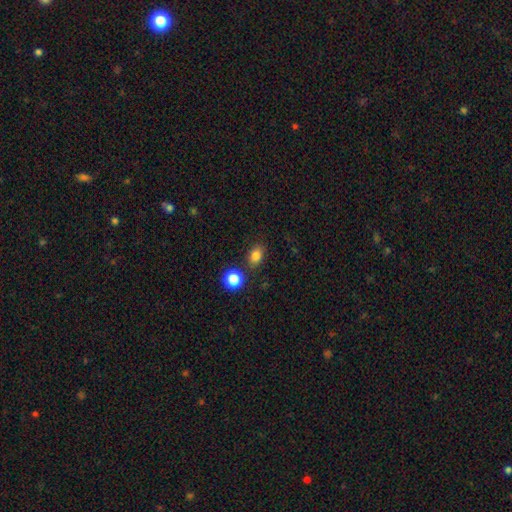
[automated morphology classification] A smooth galaxy with no disk features (82%) that is in between round and cigar-shaped (66%). Merging: none (80%).